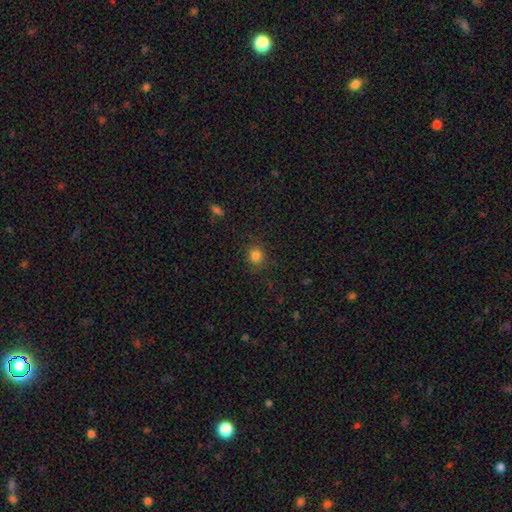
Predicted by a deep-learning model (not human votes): Smooth or featured: smooth — 82% (star or artifact — 13%)
How rounded: round — 81% (in between — 18%)
Merging: none — 85% (minor disturbance — 10%)